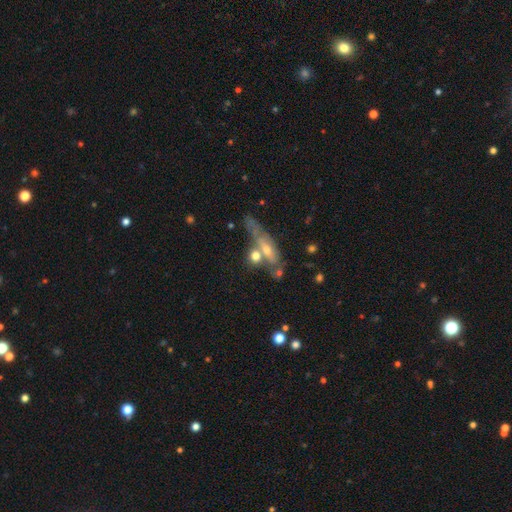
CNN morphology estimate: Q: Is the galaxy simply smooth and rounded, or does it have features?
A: smooth — 54%.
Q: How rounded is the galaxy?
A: in between — 42%.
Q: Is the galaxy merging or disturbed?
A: merger — 41%.